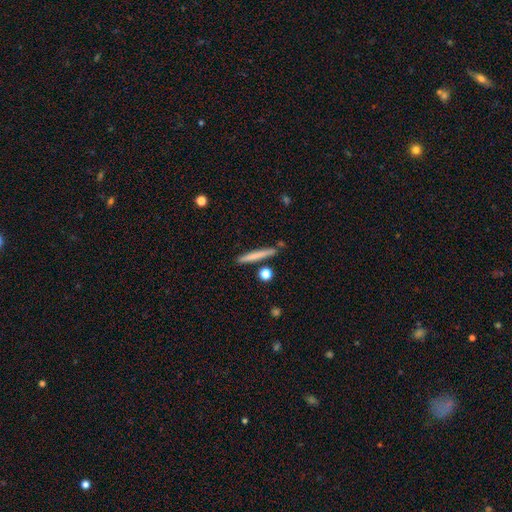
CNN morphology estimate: Q: Smooth or featured?
A: smooth (70%); runner-up: featured or disk (24%)
Q: How rounded?
A: cigar-shaped (95%); runner-up: in between (3%)
Q: Merging?
A: none (85%); runner-up: minor disturbance (9%)